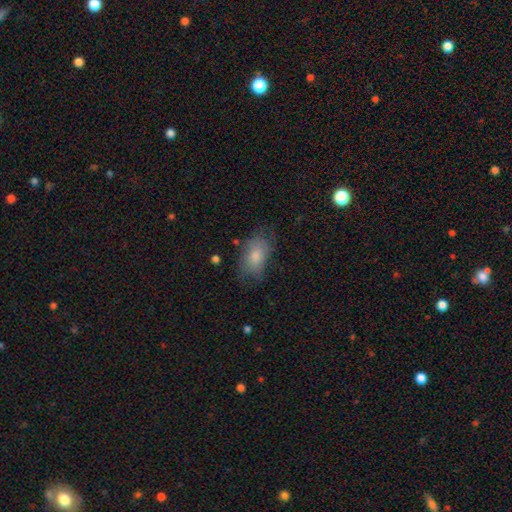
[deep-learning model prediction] Smooth or featured? Predicted: smooth (p=0.77). How rounded? Predicted: in between (p=0.90). Merging? Predicted: none (p=0.61).